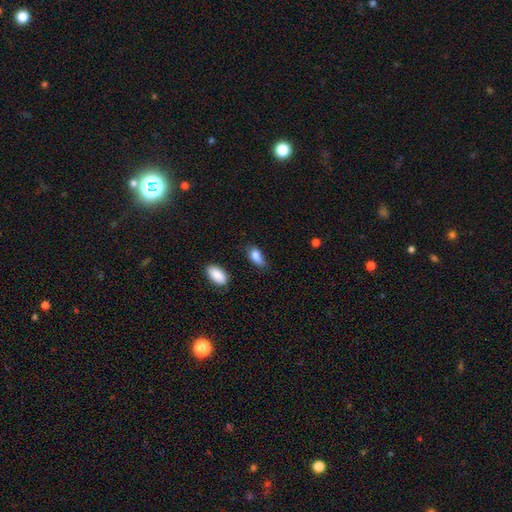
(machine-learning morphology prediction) A smooth galaxy with no disk features (84%) that is in between round and cigar-shaped (87%).

Vote fractions:
- Smooth or featured? smooth: 84% / featured or disk: 9% / star or artifact: 8%
- How rounded? in between: 87% / round: 6% / cigar-shaped: 6%
- Merging? none: 48% / minor disturbance: 38% / major disturbance: 11% / merger: 3%